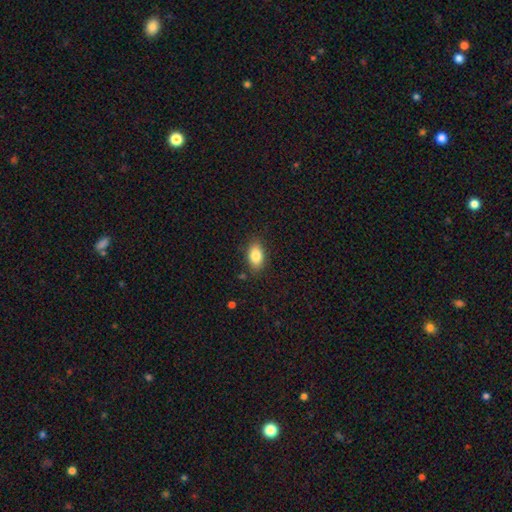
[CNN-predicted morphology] This appears to be a smooth galaxy with no disk features (84%) that is in between round and cigar-shaped (89%). Merging: none (86%).